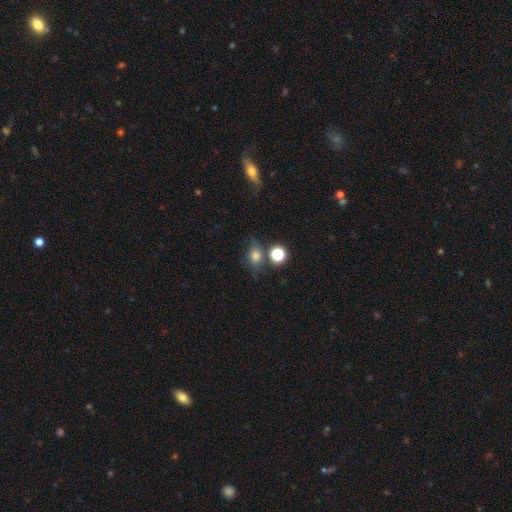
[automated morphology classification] A smooth galaxy with no disk features (69%) that is round (55%). Merging: none (58%).